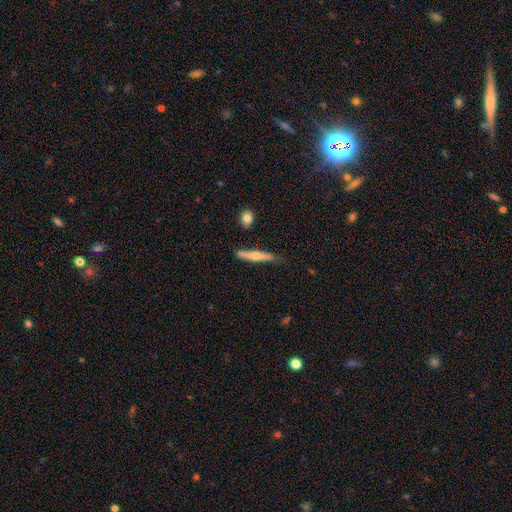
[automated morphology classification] A smooth galaxy with no disk features (55%) that is cigar-shaped (92%). Merging: none (78%).